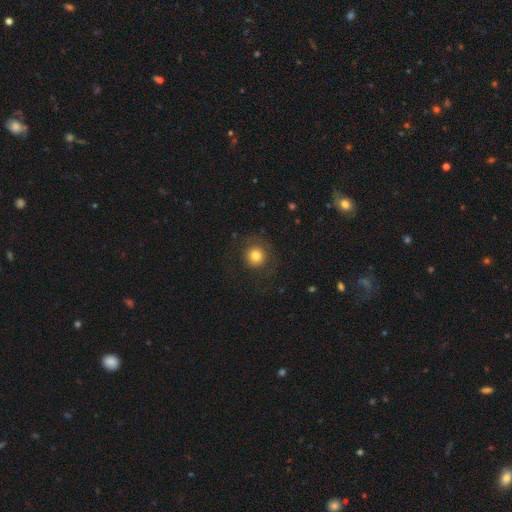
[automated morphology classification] The model was most divided on "smooth or featured": smooth: 78%, featured or disk: 12%, star or artifact: 11%. More confident: how rounded — round (93%); merging — none (78%).